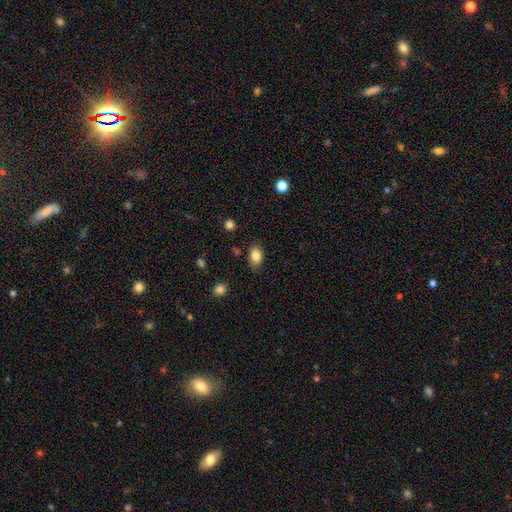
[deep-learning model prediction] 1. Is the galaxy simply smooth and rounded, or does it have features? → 84% smooth, 9% star or artifact, 7% featured or disk.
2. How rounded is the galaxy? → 85% in between, 13% round, 1% cigar-shaped.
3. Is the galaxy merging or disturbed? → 82% none, 13% minor disturbance, 3% major disturbance, 2% merger.